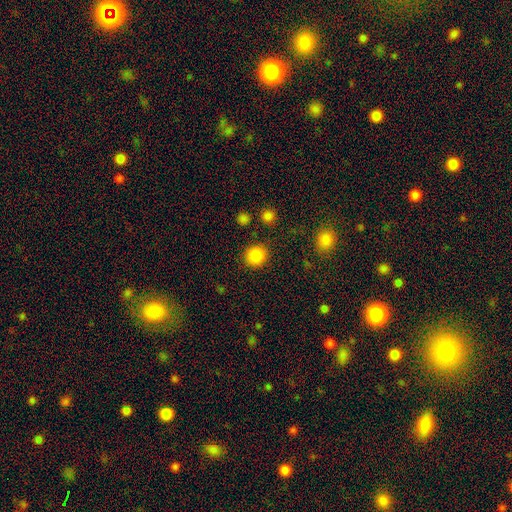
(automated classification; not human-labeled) Smooth or featured? Predicted: smooth (p=0.86). How rounded? Predicted: round (p=0.87). Merging? Predicted: none (p=0.89).